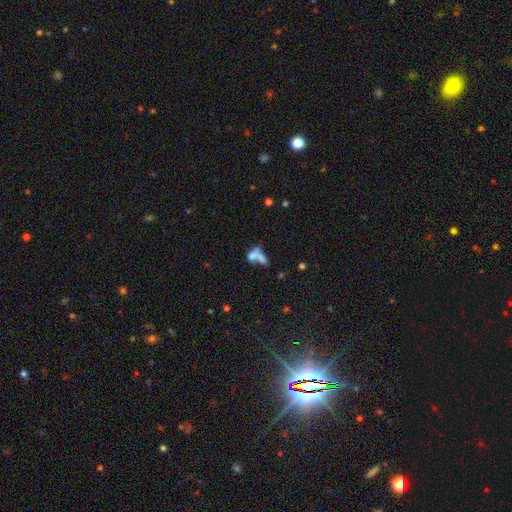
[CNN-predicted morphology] Smooth or featured?
  - smooth: 60% *
  - featured or disk: 25%
  - star or artifact: 14%
How rounded?
  - in between: 65% *
  - cigar-shaped: 19%
  - round: 16%
Merging?
  - merger: 60% *
  - none: 22%
  - major disturbance: 10%
  - minor disturbance: 8%